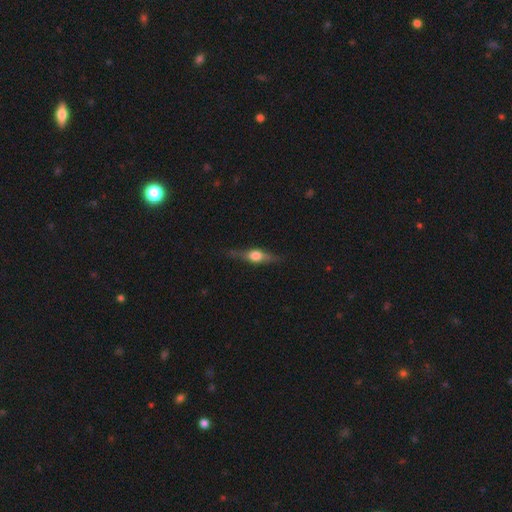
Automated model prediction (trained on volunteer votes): Q: Smooth or featured?
A: featured or disk (68%); runner-up: smooth (25%)
Q: Edge-on disk?
A: yes (95%); runner-up: no (5%)
Q: Edge-on bulge?
A: rounded (94%); runner-up: boxy (5%)
Q: Merging?
A: none (84%); runner-up: minor disturbance (12%)